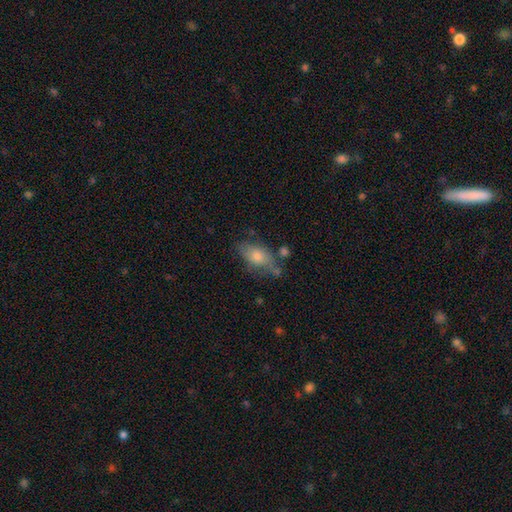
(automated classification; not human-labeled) Morphology: type=smooth (46%); merging=none (62%).